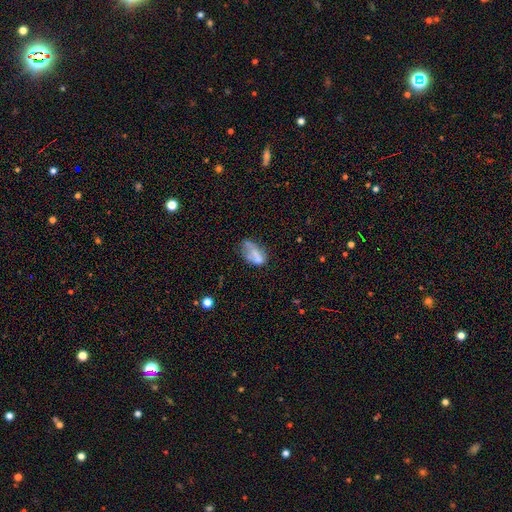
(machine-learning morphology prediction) smooth_or_featured: smooth (p=0.58) [alt: featured or disk p=0.31]
how_rounded: in between (p=0.89) [alt: round p=0.08]
merging: none (p=0.29) [alt: major disturbance p=0.27]